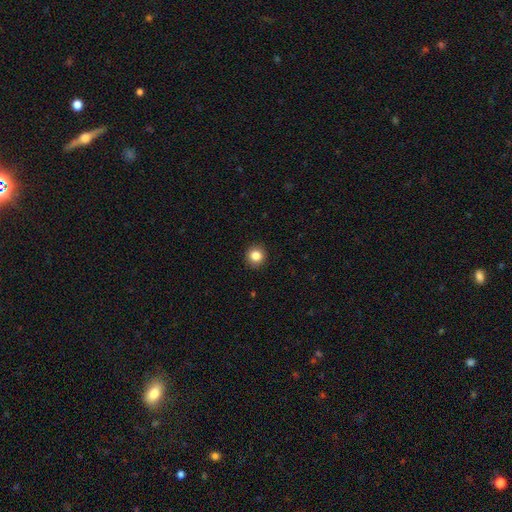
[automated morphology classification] Smooth or featured? smooth (85%)
How rounded? round (92%)
Merging? none (92%)